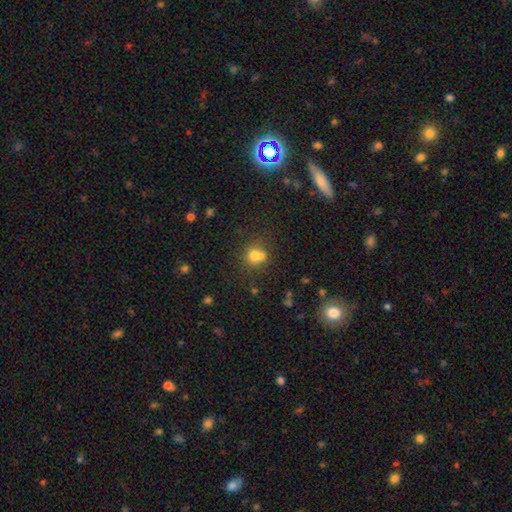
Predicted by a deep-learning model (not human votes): smooth_or_featured: smooth (p=0.73) [alt: star or artifact p=0.15]
how_rounded: round (p=0.73) [alt: in between p=0.26]
merging: none (p=0.45) [alt: merger p=0.38]